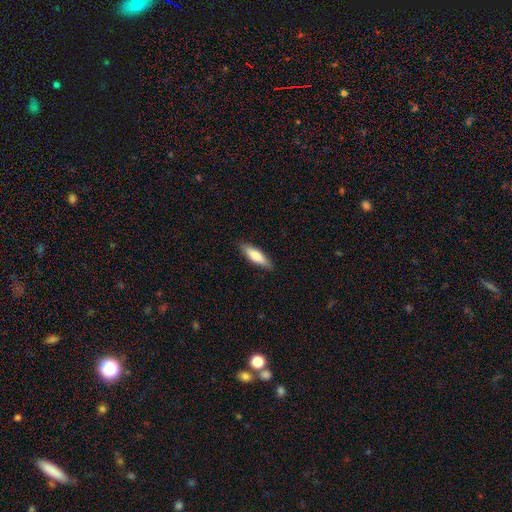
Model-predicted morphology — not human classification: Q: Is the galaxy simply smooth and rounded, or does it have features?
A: smooth — 74%.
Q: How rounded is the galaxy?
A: cigar-shaped — 57%.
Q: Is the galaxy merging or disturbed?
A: none — 88%.